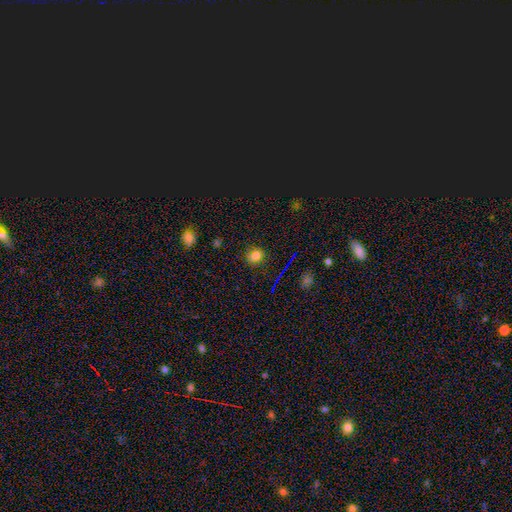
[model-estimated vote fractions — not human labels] Smooth or featured?
  - smooth: 76% *
  - star or artifact: 17%
  - featured or disk: 7%
How rounded?
  - round: 74% *
  - in between: 25%
  - cigar-shaped: 1%
Merging?
  - none: 84% *
  - minor disturbance: 11%
  - major disturbance: 3%
  - merger: 1%